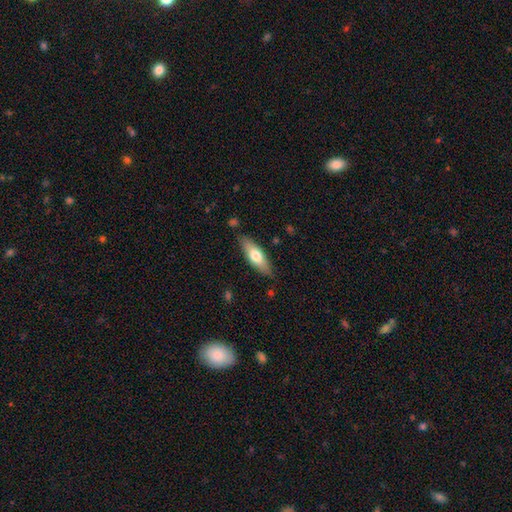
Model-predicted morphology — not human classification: This is likely a smooth galaxy (63%). How rounded: possibly in between (53%). Merging: clearly none (84%).